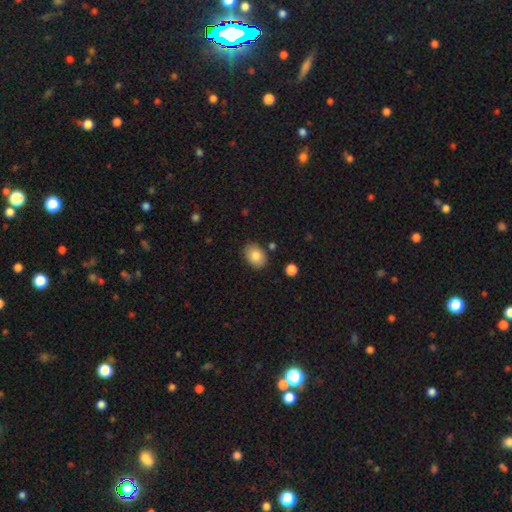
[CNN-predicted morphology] smooth 82%, featured or disk 10%, star or artifact 8%. Down the decision tree: how rounded — in between (70%); merging — none (85%).